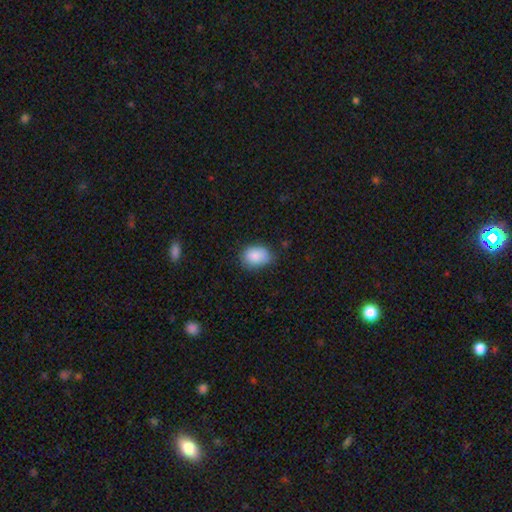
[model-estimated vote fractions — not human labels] Smooth or featured: smooth — 87% (star or artifact — 8%)
How rounded: in between — 67% (round — 32%)
Merging: none — 68% (minor disturbance — 26%)